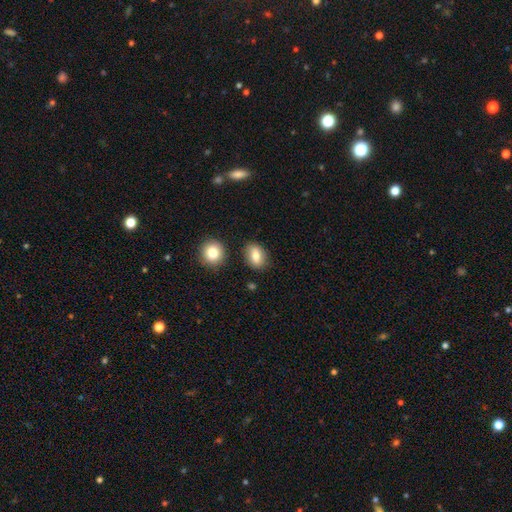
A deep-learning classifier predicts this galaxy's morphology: Smooth or featured?
  - smooth: 81% *
  - featured or disk: 11%
  - star or artifact: 9%
How rounded?
  - in between: 77% *
  - round: 22%
  - cigar-shaped: 2%
Merging?
  - none: 81% *
  - minor disturbance: 11%
  - merger: 4%
  - major disturbance: 3%